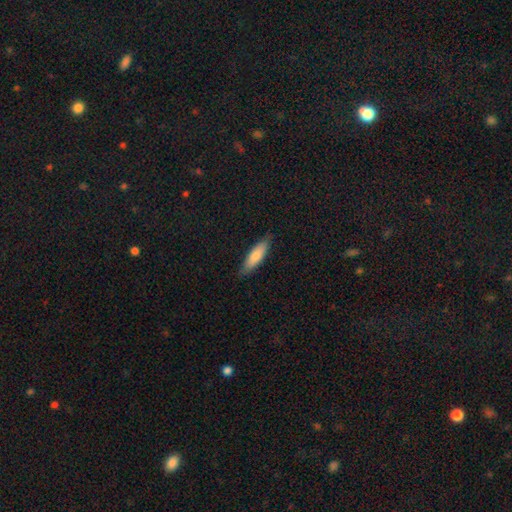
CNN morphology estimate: Smooth or featured?
  - smooth: 78% *
  - featured or disk: 17%
  - star or artifact: 6%
How rounded?
  - cigar-shaped: 57% *
  - in between: 42%
  - round: 2%
Merging?
  - none: 84% *
  - minor disturbance: 13%
  - major disturbance: 2%
  - merger: 1%